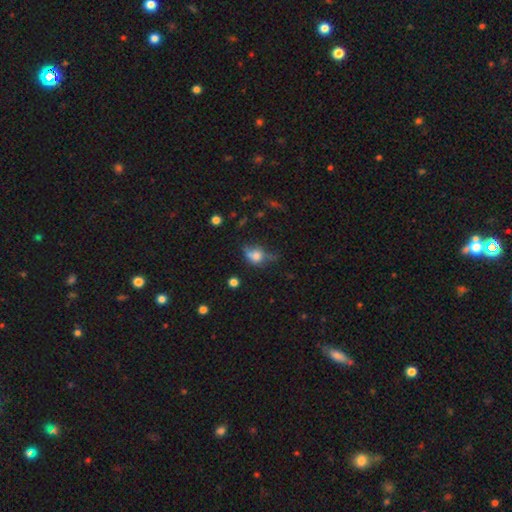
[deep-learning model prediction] smooth_or_featured: smooth (p=0.63) [alt: featured or disk p=0.22]
how_rounded: in between (p=0.51) [alt: round p=0.46]
merging: none (p=0.38) [alt: minor disturbance p=0.28]